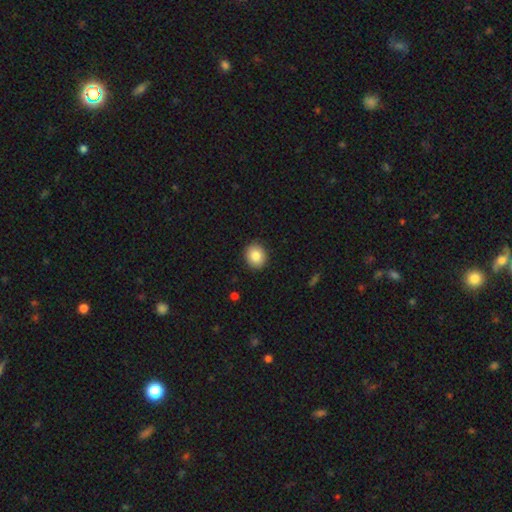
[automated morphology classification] Q: Smooth or featured?
A: smooth (85%); runner-up: star or artifact (8%)
Q: How rounded?
A: round (74%); runner-up: in between (25%)
Q: Merging?
A: none (91%); runner-up: minor disturbance (6%)